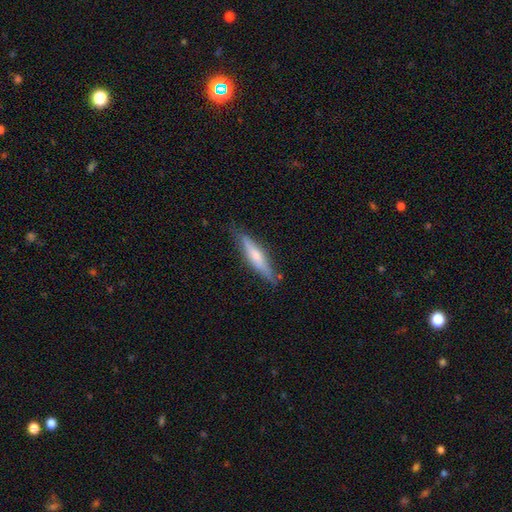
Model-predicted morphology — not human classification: Smooth or featured? smooth (50%)
Merging? none (79%)